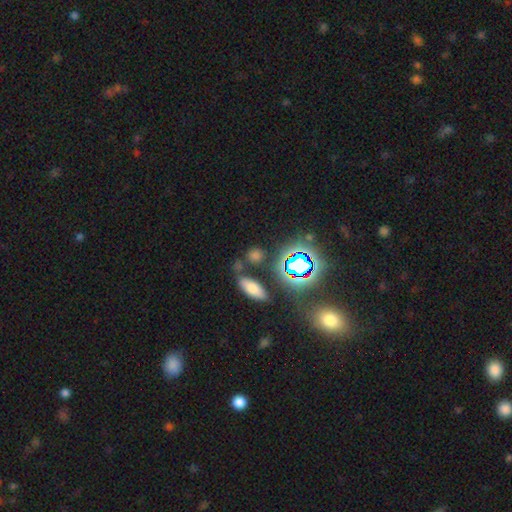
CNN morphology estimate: Q: Smooth or featured?
A: smooth (52%); runner-up: star or artifact (39%)
Q: How rounded?
A: round (52%); runner-up: in between (40%)
Q: Merging?
A: none (72%); runner-up: minor disturbance (12%)